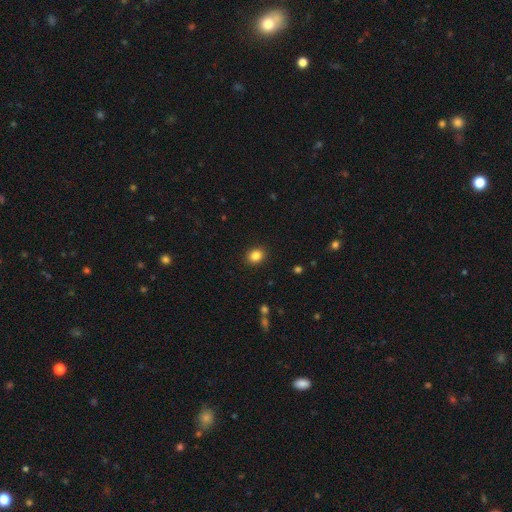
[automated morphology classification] smooth_or_featured: smooth (p=0.85) [alt: star or artifact p=0.10]
how_rounded: round (p=0.60) [alt: in between p=0.39]
merging: none (p=0.91) [alt: minor disturbance p=0.06]